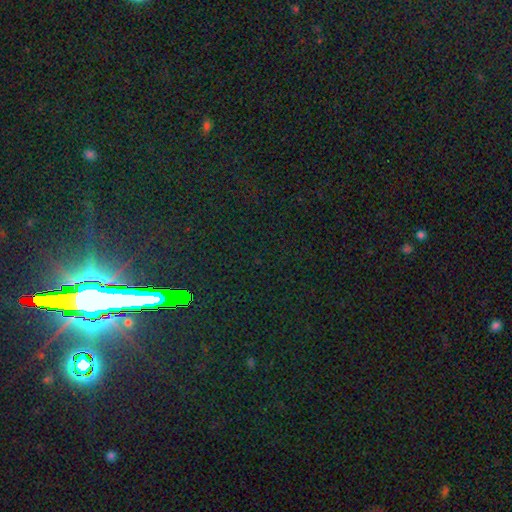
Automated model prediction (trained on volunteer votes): smooth_or_featured: star or artifact (p=0.82) [alt: smooth p=0.10]